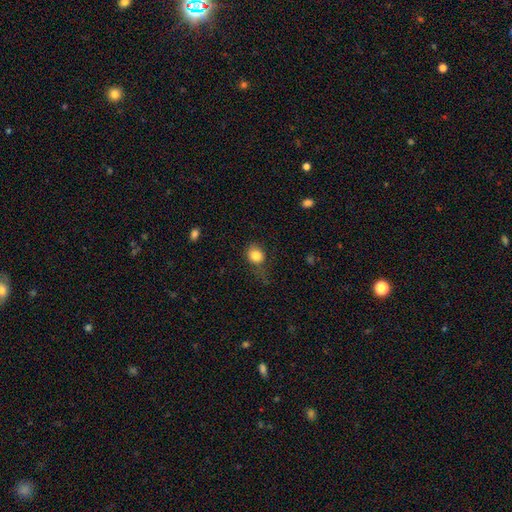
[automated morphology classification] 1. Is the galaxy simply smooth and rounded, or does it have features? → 82% smooth, 10% star or artifact, 7% featured or disk.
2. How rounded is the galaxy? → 75% round, 24% in between, 1% cigar-shaped.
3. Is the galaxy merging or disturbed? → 56% none, 26% minor disturbance, 15% major disturbance, 3% merger.